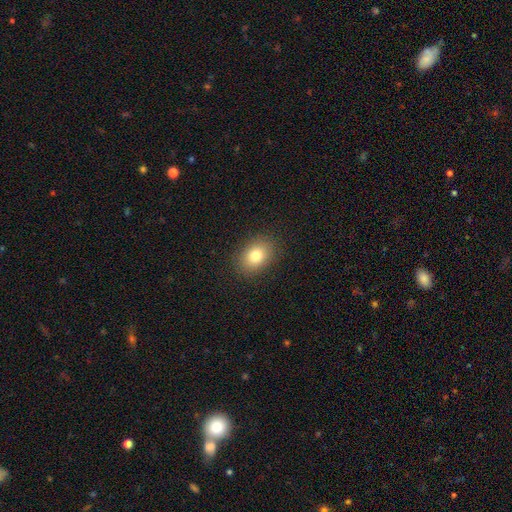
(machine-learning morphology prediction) This appears to be a smooth galaxy with no disk features (80%) that is in between round and cigar-shaped (72%). Merging: none (88%).